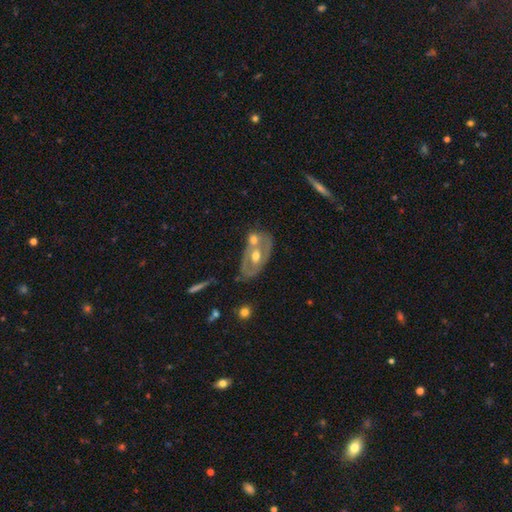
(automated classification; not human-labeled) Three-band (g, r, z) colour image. It shows a featured or disk galaxy (67%) with no bar (65%), no spiral arms (67%) and a moderate central bulge (78%). Merging: none (47%).